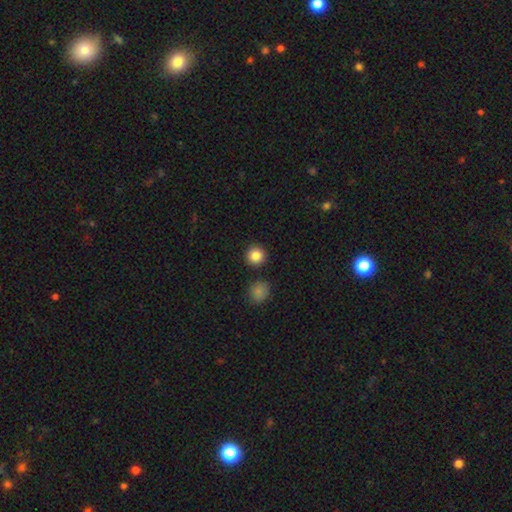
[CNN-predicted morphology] A smooth galaxy with no disk features (86%) that is round (94%).

Vote fractions:
- Smooth or featured? smooth: 86% / star or artifact: 10% / featured or disk: 4%
- How rounded? round: 94% / in between: 5% / cigar-shaped: 1%
- Merging? none: 90% / minor disturbance: 5% / merger: 3% / major disturbance: 2%